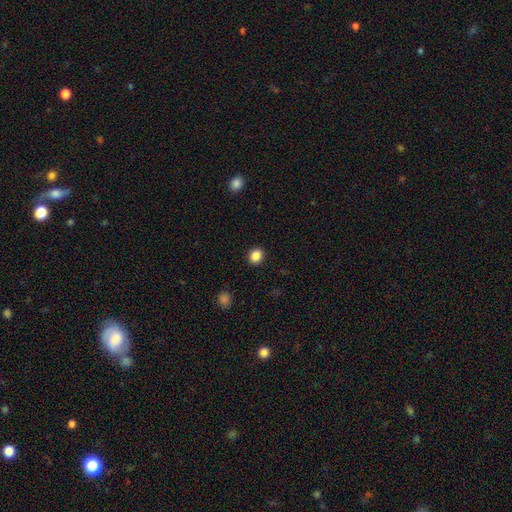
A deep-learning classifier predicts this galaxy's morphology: The model was most divided on "how rounded": round: 73%, in between: 26%, cigar-shaped: 1%. More confident: merging — none (92%); smooth or featured — smooth (87%).